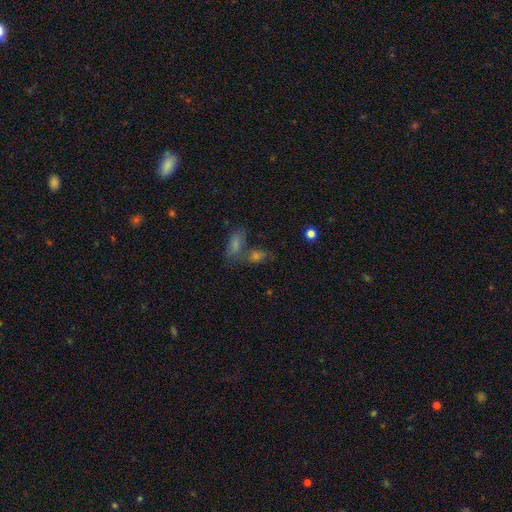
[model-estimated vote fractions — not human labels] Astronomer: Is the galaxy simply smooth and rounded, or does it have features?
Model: smooth — 55%.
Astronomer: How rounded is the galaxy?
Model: in between — 68%.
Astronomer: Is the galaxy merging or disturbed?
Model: none — 46% (runner-up: merger, 37%).